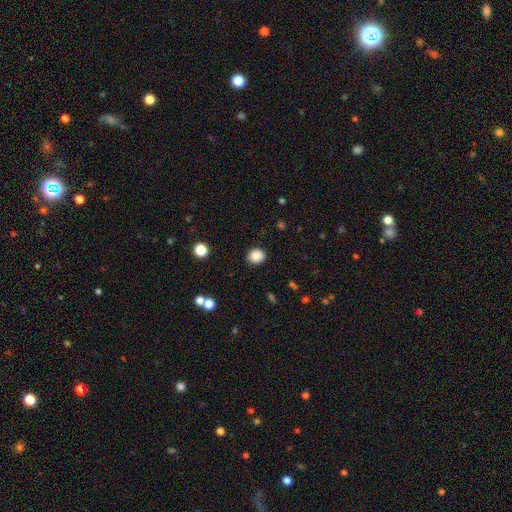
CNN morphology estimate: smooth 87%, star or artifact 10%, featured or disk 3%. Down the decision tree: how rounded — round (76%); merging — none (90%).